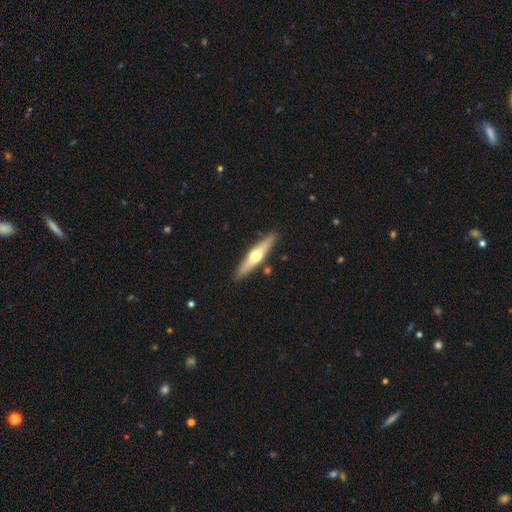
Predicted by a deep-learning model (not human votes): smooth-or-featured: featured or disk: 58% | smooth: 37% | star or artifact: 5%
  disk-edge-on: yes: 94% | no: 6%
    edge-on-bulge: rounded: 94% | none: 4% | boxy: 2%
  merging: none: 88% | minor disturbance: 8% | merger: 2% | major disturbance: 2%